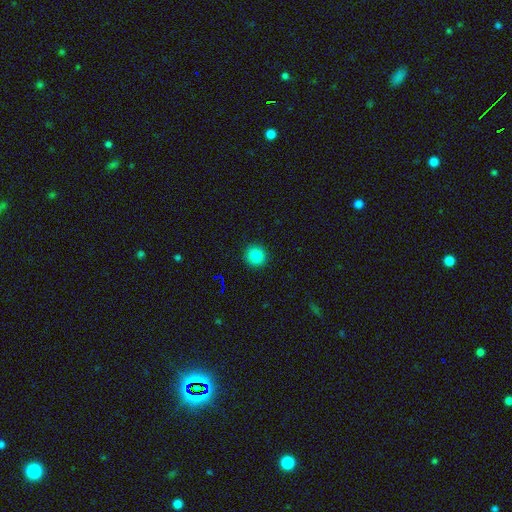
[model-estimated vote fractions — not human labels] A smooth galaxy with no disk features (83%) that is round (93%). Merging: none (92%).